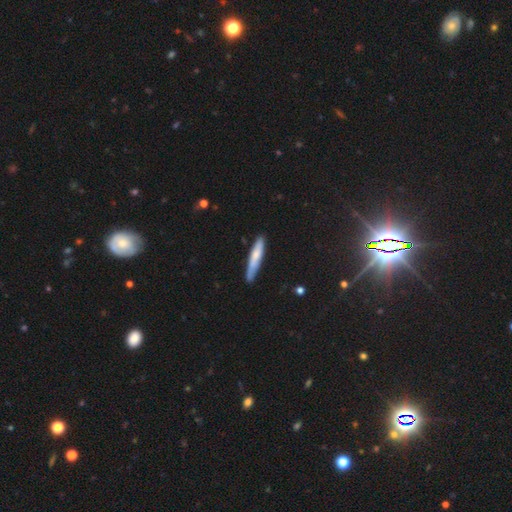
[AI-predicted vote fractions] This appears to be a smooth galaxy with no disk features (68%) that is cigar-shaped (91%). Merging: none (80%).